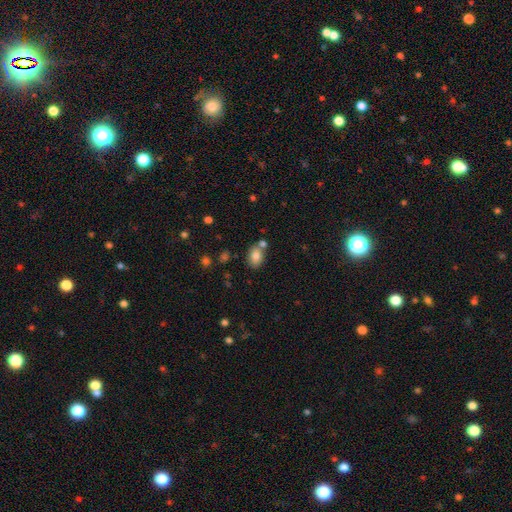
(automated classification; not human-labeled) Overall: smooth (80%). How rounded: in between (77%). Merging: none (63%).